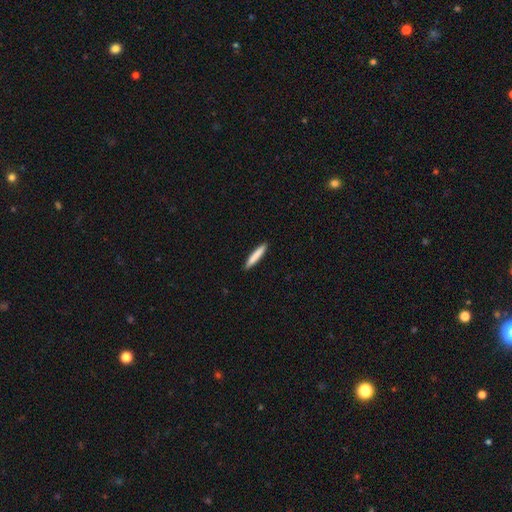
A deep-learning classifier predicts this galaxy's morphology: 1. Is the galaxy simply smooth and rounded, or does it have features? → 82% smooth, 13% featured or disk, 5% star or artifact.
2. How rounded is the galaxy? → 94% cigar-shaped, 5% in between, 1% round.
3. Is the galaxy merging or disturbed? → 92% none, 6% minor disturbance, 1% major disturbance, 1% merger.